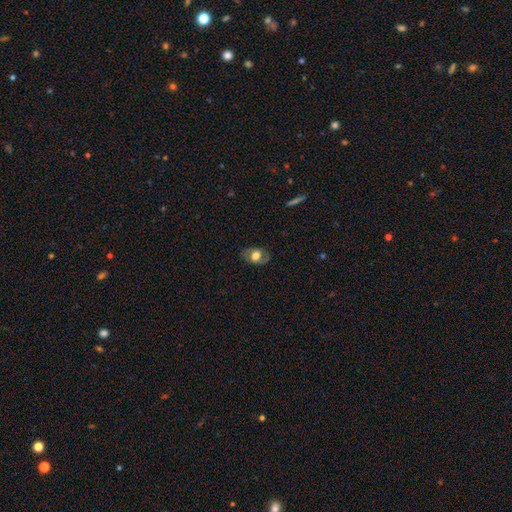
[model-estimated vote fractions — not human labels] Q: Smooth or featured?
A: smooth (57%); runner-up: featured or disk (34%)
Q: How rounded?
A: in between (79%); runner-up: round (19%)
Q: Merging?
A: none (75%); runner-up: minor disturbance (17%)